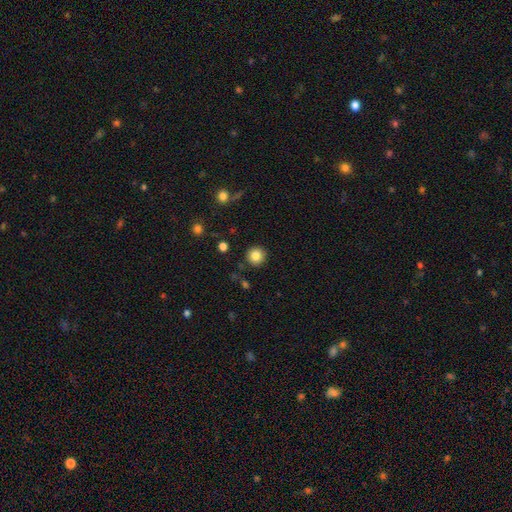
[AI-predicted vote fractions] This is clearly a smooth galaxy (84%). How rounded: clearly round (94%). Merging: clearly none (91%).